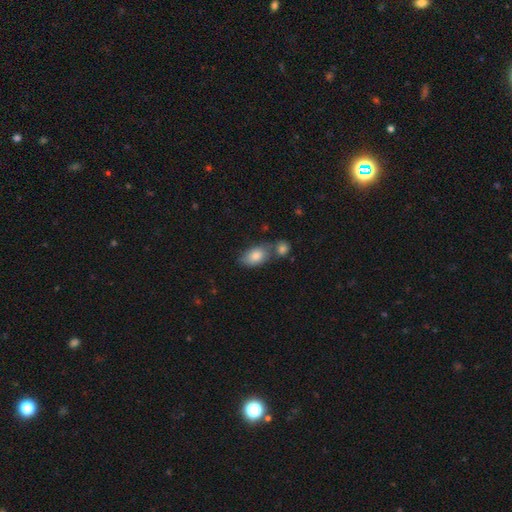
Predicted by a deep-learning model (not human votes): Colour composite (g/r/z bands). It shows a smooth galaxy with no disk features (82%) that is in between round and cigar-shaped (90%). Merging: none (48%).